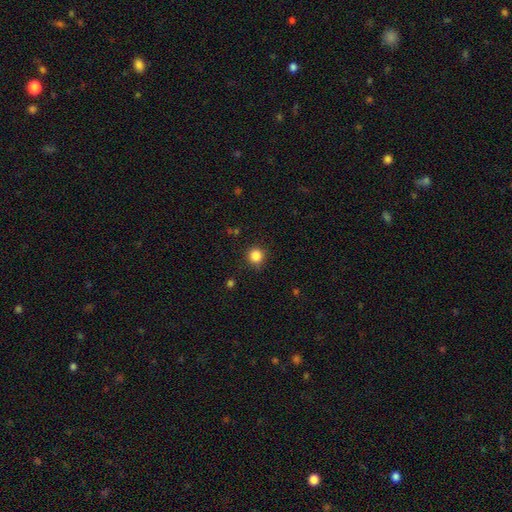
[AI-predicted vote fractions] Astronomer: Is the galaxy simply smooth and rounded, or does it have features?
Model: smooth — 85%.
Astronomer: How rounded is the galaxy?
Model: round — 92%.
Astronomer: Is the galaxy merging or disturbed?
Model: none — 87%.